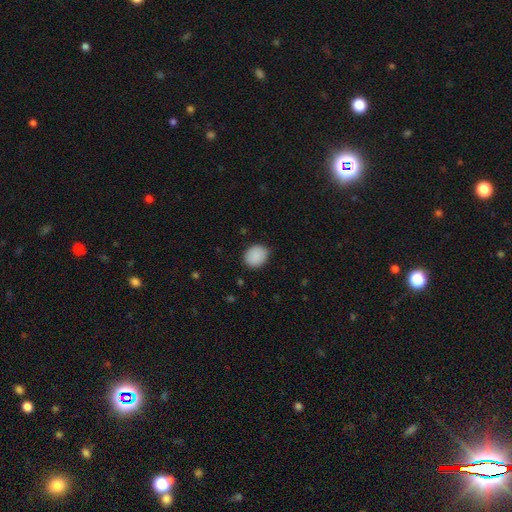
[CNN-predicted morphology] Smooth or featured? smooth (90%)
How rounded? round (60%)
Merging? none (83%)